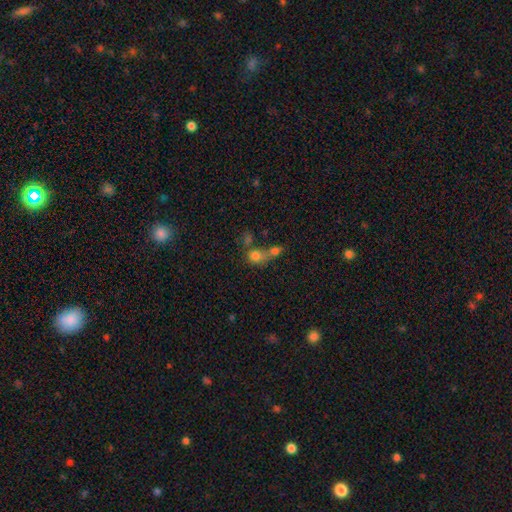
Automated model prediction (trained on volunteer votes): Overall: smooth (75%). How rounded: round (70%). Merging: merger (62%; none 25%).